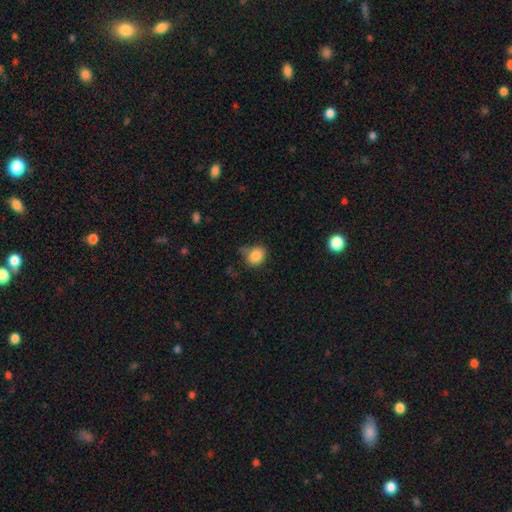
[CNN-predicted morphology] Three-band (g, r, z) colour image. It shows a smooth galaxy with no disk features (85%) that is round (65%). Merging: none (63%).